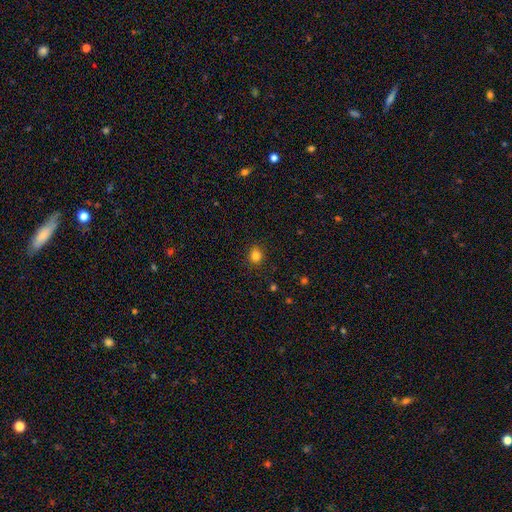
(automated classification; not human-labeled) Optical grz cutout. It shows a smooth galaxy with no disk features (83%) that is round (83%). Merging: none (90%).